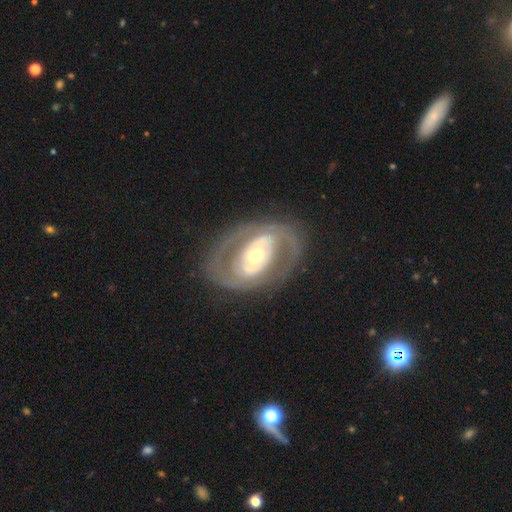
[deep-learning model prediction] A featured or disk galaxy (81%) with no bar (50%), 2 (73%) tight (45%) spiral arms (68%) and a moderate central bulge (69%). Merging: none (76%).